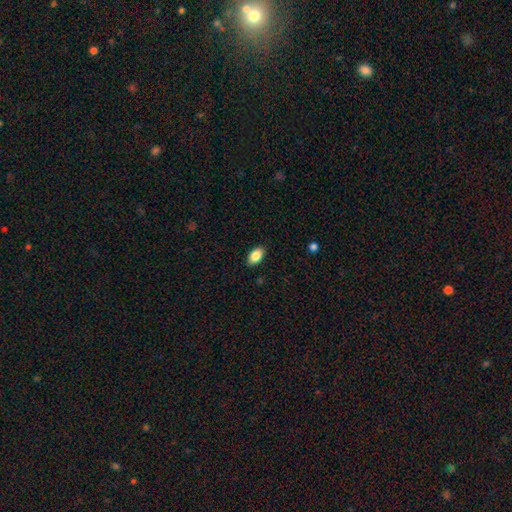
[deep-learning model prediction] smooth 86%, star or artifact 8%, featured or disk 6%. Down the decision tree: how rounded — in between (92%); merging — none (89%).